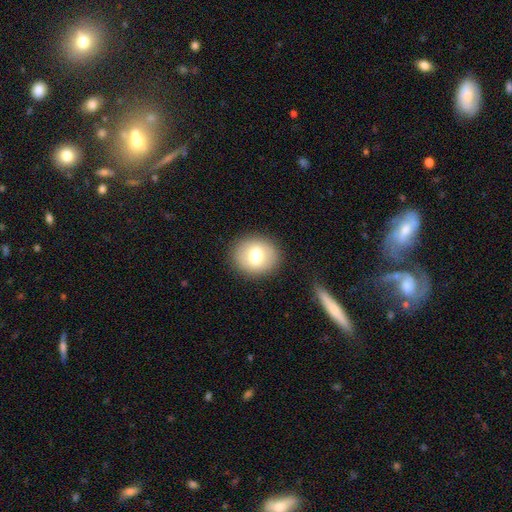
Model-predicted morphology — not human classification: This appears to be a smooth galaxy with no disk features (71%) that is round (71%). Merging: none (88%).